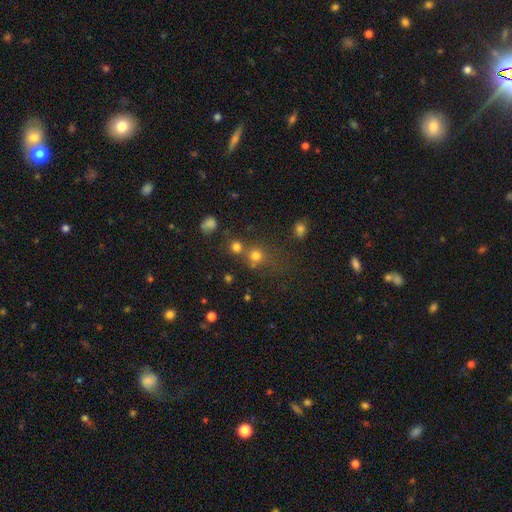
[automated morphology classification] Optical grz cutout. It shows a smooth galaxy with no disk features (68%) that is round (87%). Merging: none (57%).